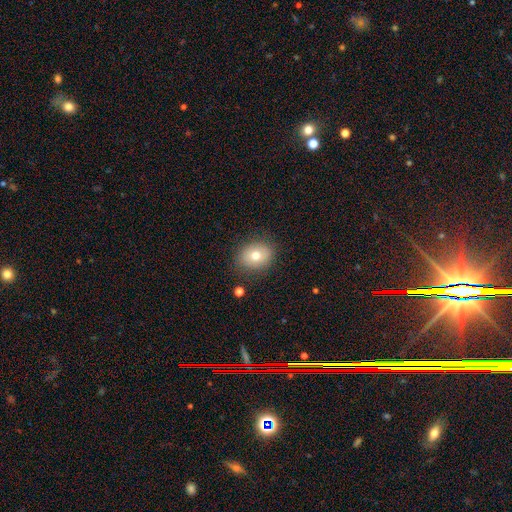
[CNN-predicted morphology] smooth 74%, featured or disk 16%, star or artifact 10%. Down the decision tree: how rounded — round (52%); merging — none (84%).